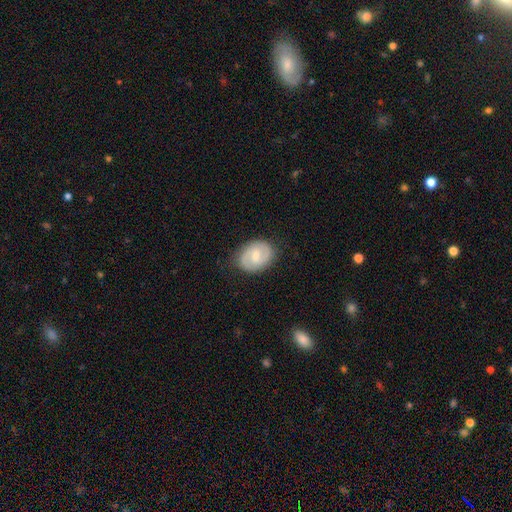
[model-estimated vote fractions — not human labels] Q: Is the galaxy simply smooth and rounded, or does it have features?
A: featured or disk — 71%.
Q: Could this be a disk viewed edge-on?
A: no — 98%.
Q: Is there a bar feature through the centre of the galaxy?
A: weak — 58%.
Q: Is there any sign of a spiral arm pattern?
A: yes — 92%.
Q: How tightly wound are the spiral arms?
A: medium — 50%.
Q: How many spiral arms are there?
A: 2 — 89%.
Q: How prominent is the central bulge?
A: small — 47%.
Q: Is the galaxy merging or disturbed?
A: none — 83%.